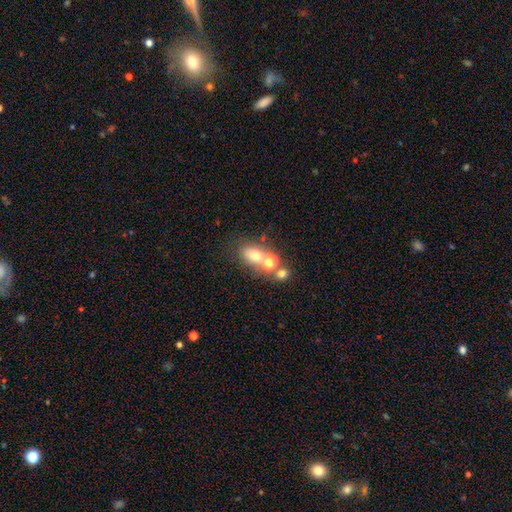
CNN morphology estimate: smooth 66%, featured or disk 17%, star or artifact 17%. Down the decision tree: how rounded — in between (52%); merging — none (43%).